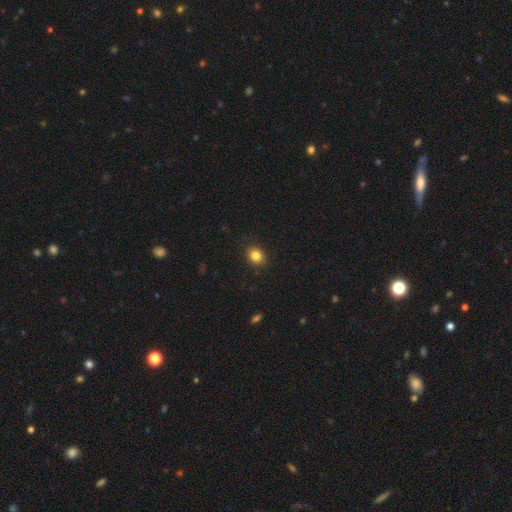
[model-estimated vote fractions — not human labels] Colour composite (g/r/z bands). It shows a smooth galaxy with no disk features (83%) that is round (63%). Merging: none (89%).